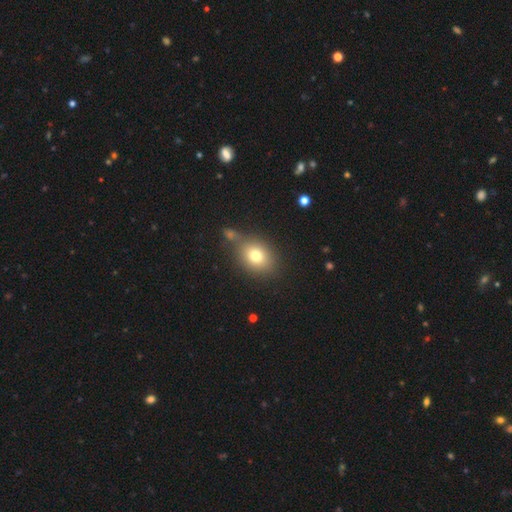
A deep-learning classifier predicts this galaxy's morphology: smooth 76%, featured or disk 12%, star or artifact 12%. Down the decision tree: how rounded — in between (51%); merging — none (65%).